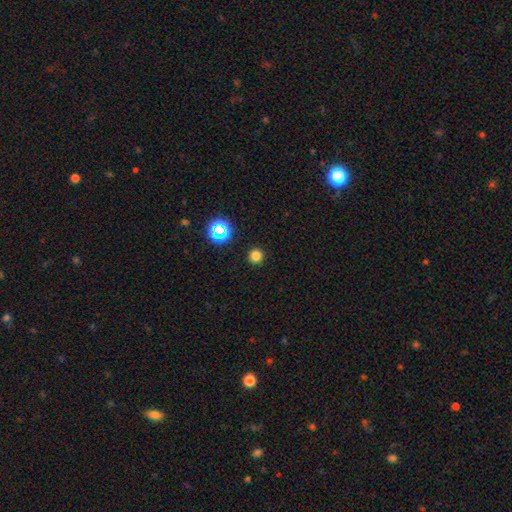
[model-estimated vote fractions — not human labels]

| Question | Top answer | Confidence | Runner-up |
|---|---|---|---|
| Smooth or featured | smooth | 77% | star or artifact (18%) |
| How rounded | round | 96% | in between (3%) |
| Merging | none | 92% | minor disturbance (5%) |